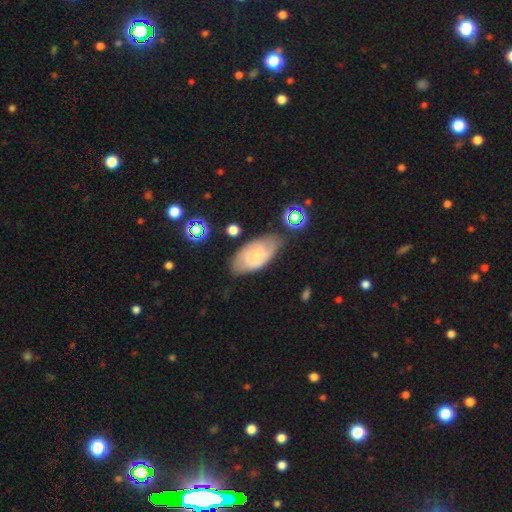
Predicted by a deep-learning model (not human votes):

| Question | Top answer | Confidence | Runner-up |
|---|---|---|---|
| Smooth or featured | featured or disk | 50% | smooth (40%) |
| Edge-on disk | no | 91% | yes (9%) |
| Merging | none | 67% | minor disturbance (23%) |